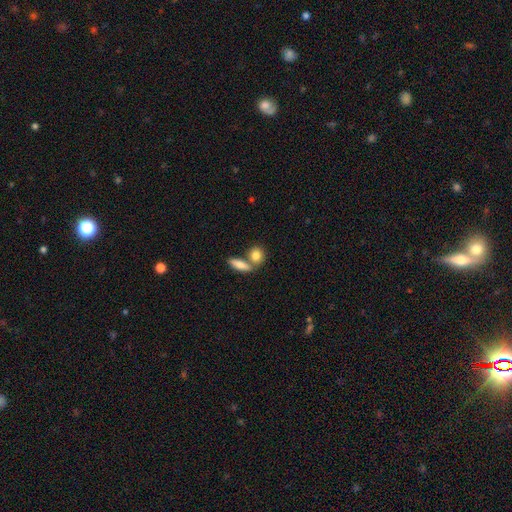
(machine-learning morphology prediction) smooth-or-featured: smooth: 82% | featured or disk: 10% | star or artifact: 7%
  how-rounded: in between: 46% | round: 44% | cigar-shaped: 10%
  merging: none: 50% | merger: 37% | minor disturbance: 9% | major disturbance: 3%